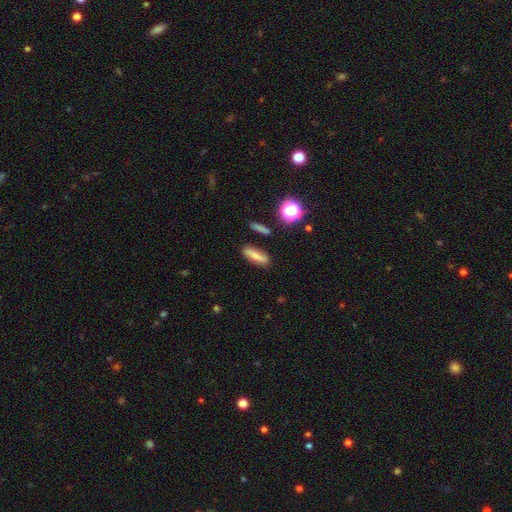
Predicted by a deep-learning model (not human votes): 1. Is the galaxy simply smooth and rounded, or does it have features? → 71% smooth, 17% featured or disk, 11% star or artifact.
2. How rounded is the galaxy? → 59% cigar-shaped, 36% in between, 5% round.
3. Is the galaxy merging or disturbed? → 83% none, 11% minor disturbance, 3% merger, 3% major disturbance.